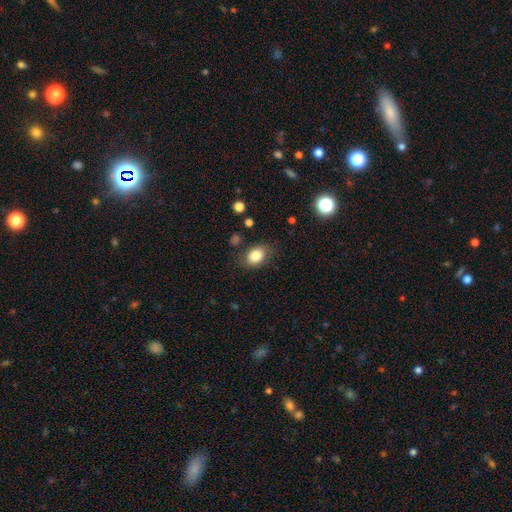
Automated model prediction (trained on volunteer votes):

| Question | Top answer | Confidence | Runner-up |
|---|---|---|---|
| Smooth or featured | smooth | 82% | featured or disk (9%) |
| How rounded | in between | 70% | round (28%) |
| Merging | none | 77% | minor disturbance (16%) |